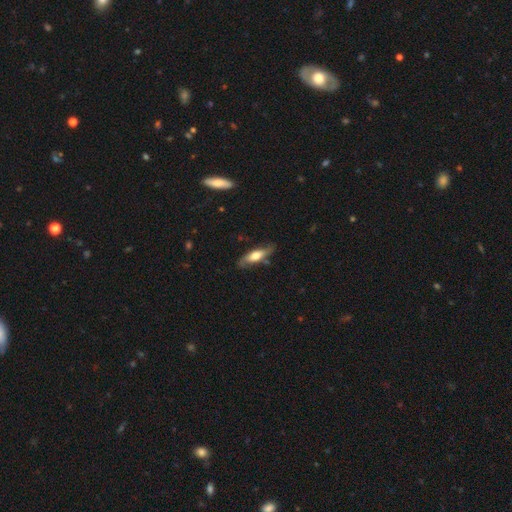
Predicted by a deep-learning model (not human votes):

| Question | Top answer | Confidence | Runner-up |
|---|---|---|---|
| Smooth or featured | smooth | 51% | featured or disk (43%) |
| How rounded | cigar-shaped | 51% | in between (47%) |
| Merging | none | 75% | minor disturbance (19%) |